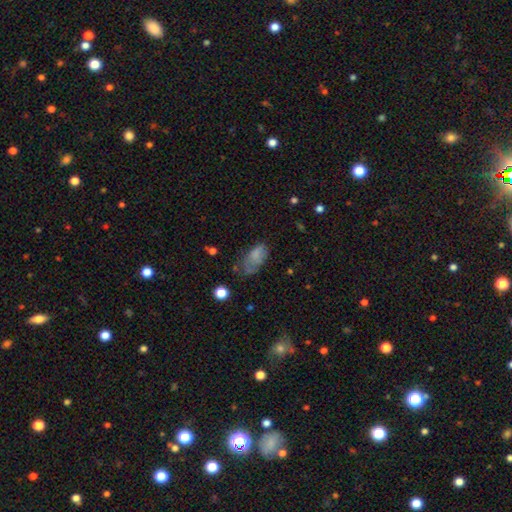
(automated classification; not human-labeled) Morphology: type=smooth (72%); roundness=in between (91%); merging=none (37%).